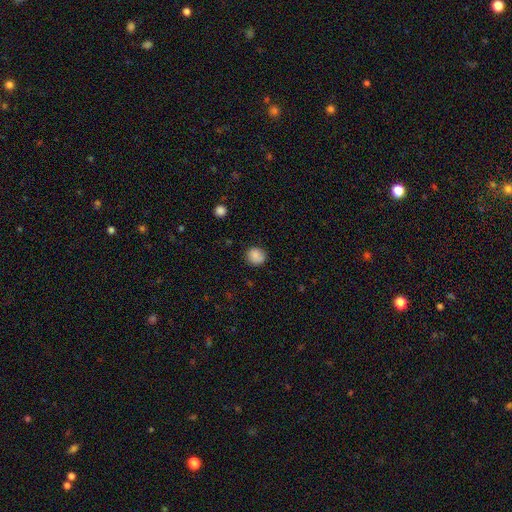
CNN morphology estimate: A smooth galaxy with no disk features (87%) that is round (87%).

Vote fractions:
- Smooth or featured? smooth: 87% / star or artifact: 9% / featured or disk: 4%
- How rounded? round: 87% / in between: 12% / cigar-shaped: 1%
- Merging? none: 85% / minor disturbance: 11% / major disturbance: 3% / merger: 1%